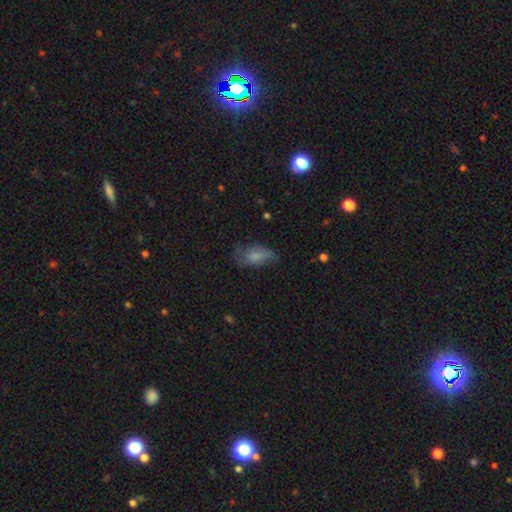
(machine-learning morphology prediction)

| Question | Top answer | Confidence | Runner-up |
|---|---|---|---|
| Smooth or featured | smooth | 67% | featured or disk (23%) |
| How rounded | in between | 89% | round (6%) |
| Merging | none | 45% | minor disturbance (33%) |